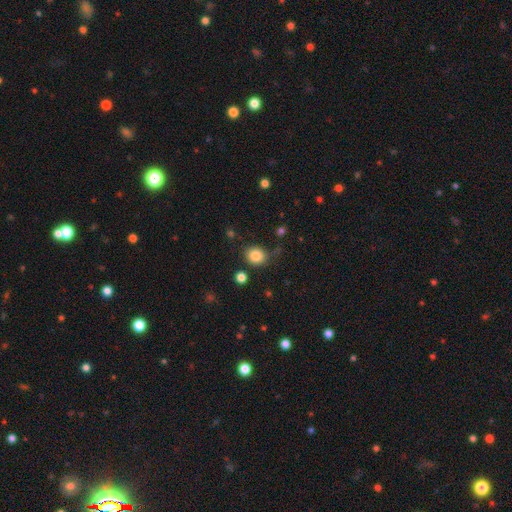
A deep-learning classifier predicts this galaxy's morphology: Smooth or featured? Predicted: smooth (p=0.85). How rounded? Predicted: round (p=0.77). Merging? Predicted: none (p=0.79).